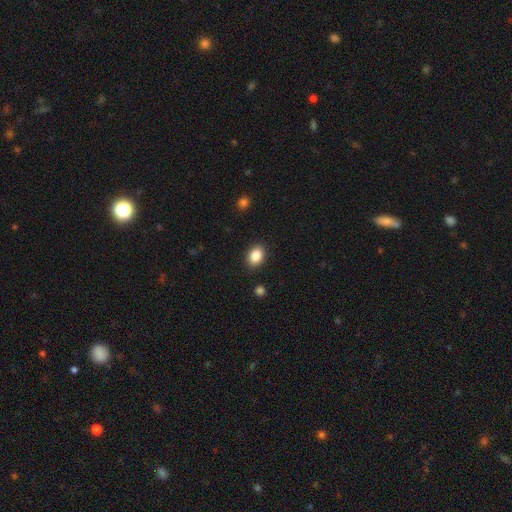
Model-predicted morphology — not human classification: A smooth galaxy with no disk features (86%) that is in between round and cigar-shaped (73%). Merging: none (88%).